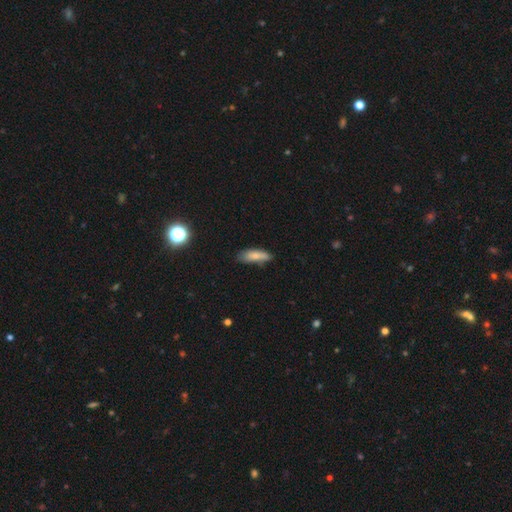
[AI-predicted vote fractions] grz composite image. It shows a smooth galaxy with no disk features (76%) that is in between round and cigar-shaped (57%). Merging: none (61%).